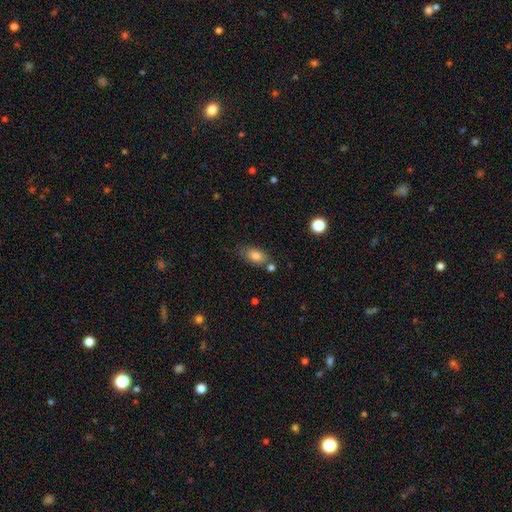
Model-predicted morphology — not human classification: Smooth or featured: smooth — 81% (featured or disk — 11%)
How rounded: in between — 88% (round — 9%)
Merging: none — 64% (minor disturbance — 20%)